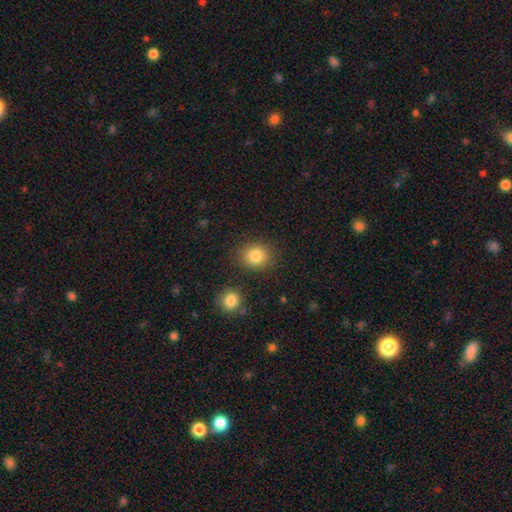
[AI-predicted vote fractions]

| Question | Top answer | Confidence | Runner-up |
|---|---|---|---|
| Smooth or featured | smooth | 84% | star or artifact (11%) |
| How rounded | round | 75% | in between (24%) |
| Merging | none | 84% | minor disturbance (9%) |